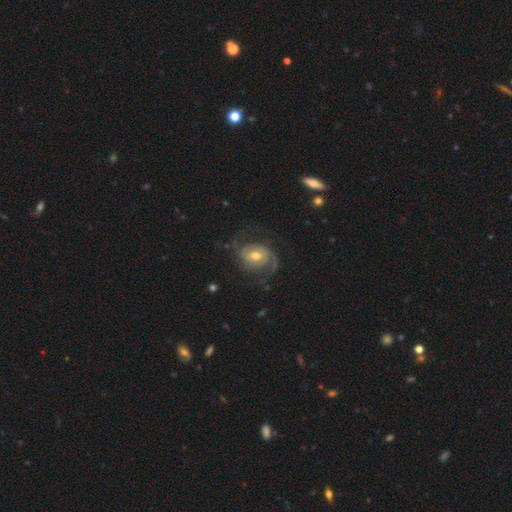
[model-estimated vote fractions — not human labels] Smooth or featured? featured or disk (80%)
Edge-on disk? no (97%)
Bar? no (49%)
Spiral arms? yes (94%)
Spiral winding? medium (47%)
Spiral arm count? 2 (80%)
Bulge size? moderate (66%)
Merging? none (67%)